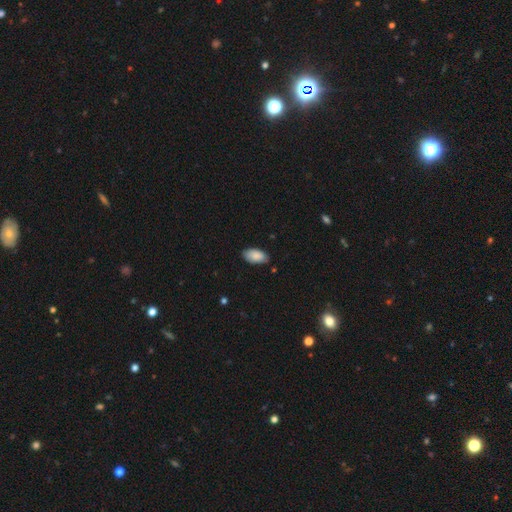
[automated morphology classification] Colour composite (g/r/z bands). It shows a smooth galaxy with no disk features (87%) that is in between round and cigar-shaped (95%). Merging: none (79%).